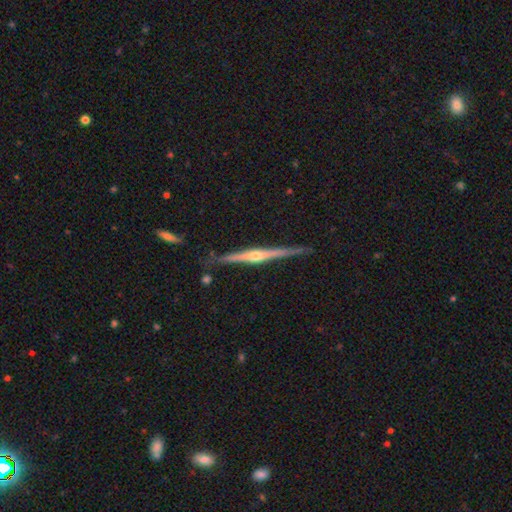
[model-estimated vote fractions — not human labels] A featured or disk galaxy (85%) viewed edge-on (98%) with a rounded central bulge (88%). Merging: none (86%).